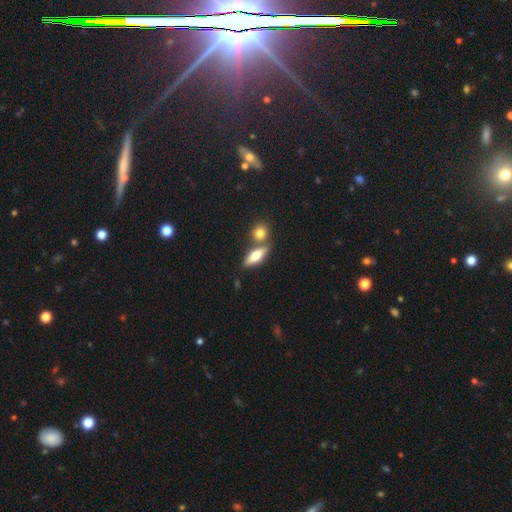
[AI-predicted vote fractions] Smooth or featured?
  - smooth: 57% *
  - featured or disk: 35%
  - star or artifact: 7%
How rounded?
  - in between: 58% *
  - cigar-shaped: 35%
  - round: 7%
Merging?
  - none: 61% *
  - merger: 27%
  - minor disturbance: 10%
  - major disturbance: 3%